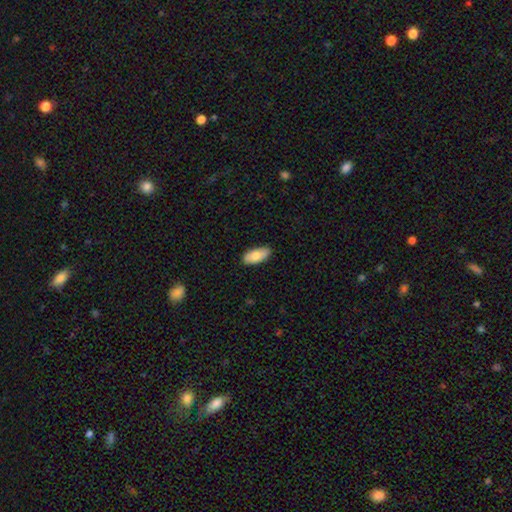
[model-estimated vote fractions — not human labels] Smooth or featured?
  - smooth: 80% *
  - featured or disk: 14%
  - star or artifact: 6%
How rounded?
  - in between: 90% *
  - cigar-shaped: 8%
  - round: 2%
Merging?
  - none: 87% *
  - minor disturbance: 11%
  - major disturbance: 2%
  - merger: 1%